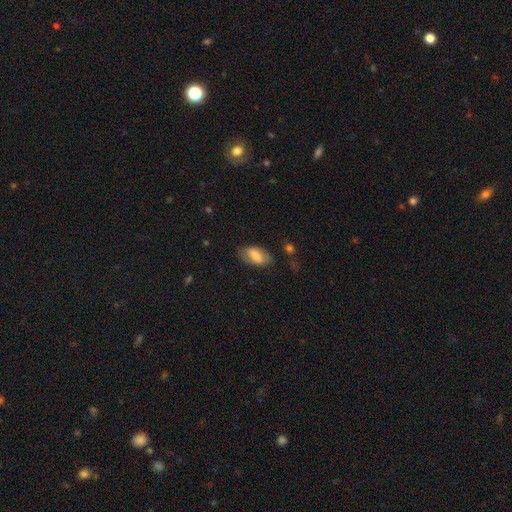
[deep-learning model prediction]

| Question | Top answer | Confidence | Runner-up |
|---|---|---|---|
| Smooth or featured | smooth | 69% | featured or disk (24%) |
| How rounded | in between | 91% | cigar-shaped (5%) |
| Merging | none | 70% | minor disturbance (20%) |